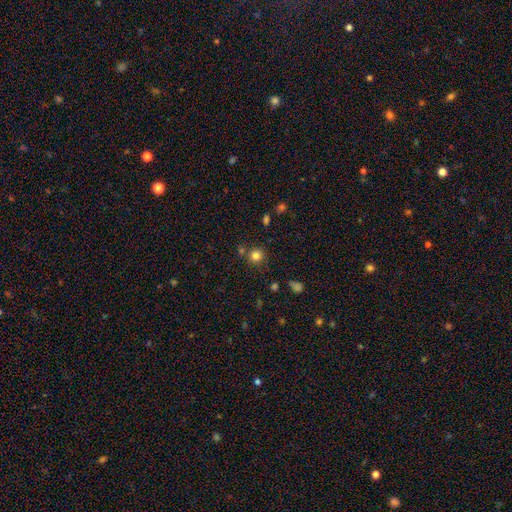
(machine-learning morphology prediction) Q: Smooth or featured?
A: smooth (81%); runner-up: star or artifact (13%)
Q: How rounded?
A: round (92%); runner-up: in between (7%)
Q: Merging?
A: none (78%); runner-up: merger (10%)